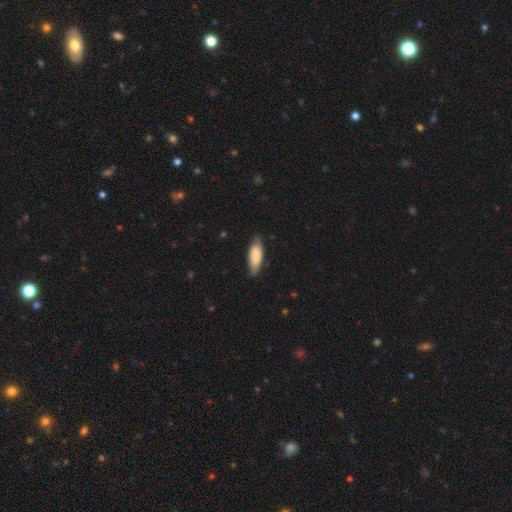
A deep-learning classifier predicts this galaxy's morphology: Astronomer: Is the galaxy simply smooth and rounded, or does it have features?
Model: smooth — 81%.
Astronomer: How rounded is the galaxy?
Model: in between — 67%.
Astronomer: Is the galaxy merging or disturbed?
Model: none — 73%.